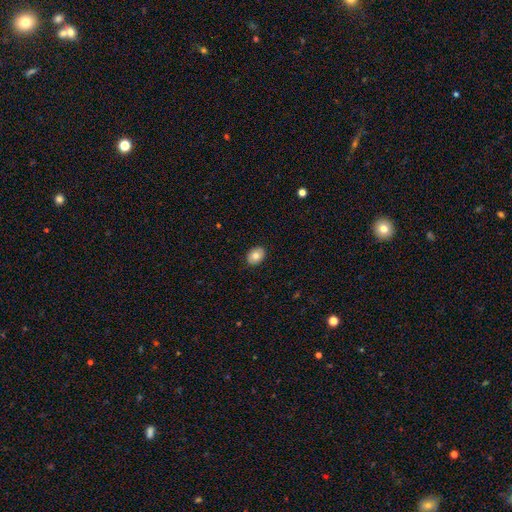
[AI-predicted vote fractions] Overall: smooth (80%). How rounded: in between (71%). Merging: none (89%).